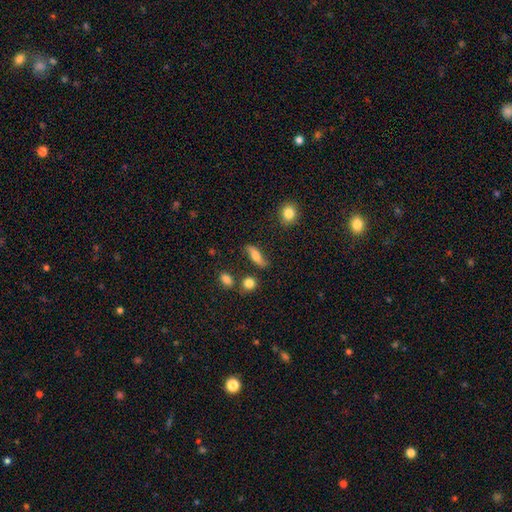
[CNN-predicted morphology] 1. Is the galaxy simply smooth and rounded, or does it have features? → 46% featured or disk, 45% smooth, 9% star or artifact.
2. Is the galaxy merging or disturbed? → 73% none, 17% minor disturbance, 5% major disturbance, 5% merger.